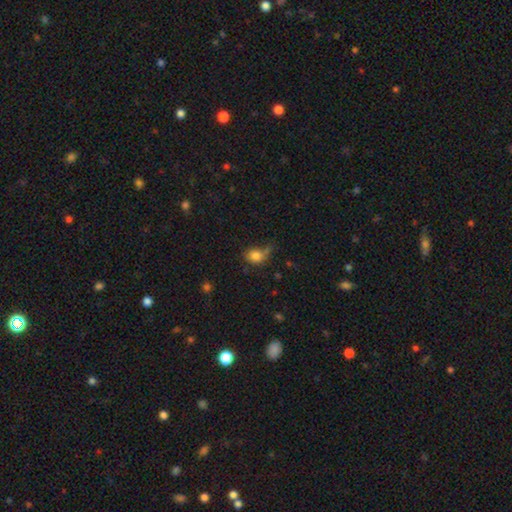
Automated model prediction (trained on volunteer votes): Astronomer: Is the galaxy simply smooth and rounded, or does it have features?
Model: smooth — 81%.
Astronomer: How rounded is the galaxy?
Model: in between — 50% (runner-up: round, 49%).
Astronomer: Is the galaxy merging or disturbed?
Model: none — 49% (runner-up: minor disturbance, 26%).